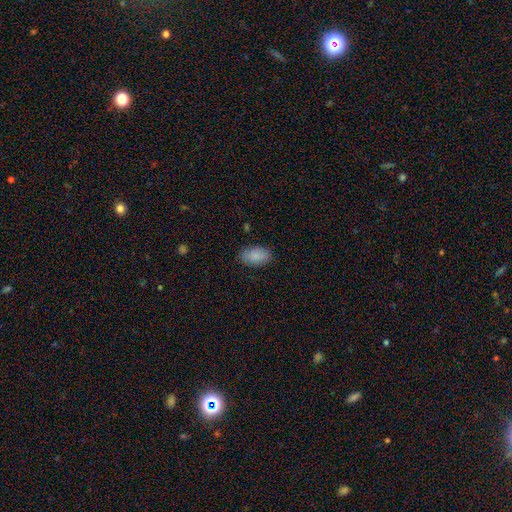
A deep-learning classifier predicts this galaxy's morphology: smooth-or-featured: smooth: 88% | star or artifact: 7% | featured or disk: 5%
  how-rounded: in between: 92% | round: 6% | cigar-shaped: 2%
  merging: none: 85% | minor disturbance: 11% | major disturbance: 3% | merger: 1%